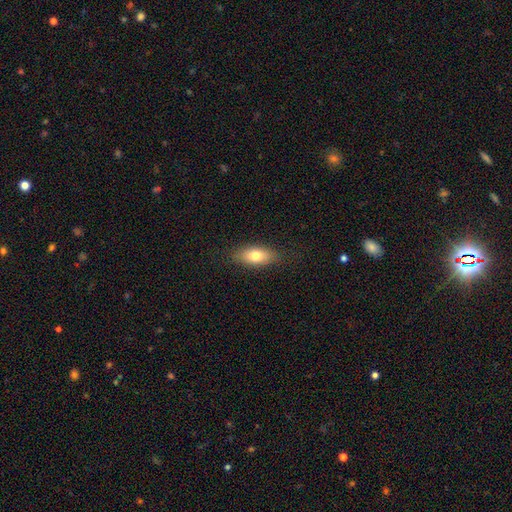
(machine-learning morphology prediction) smooth 74%, featured or disk 18%, star or artifact 7%. Down the decision tree: how rounded — in between (81%); merging — none (85%).